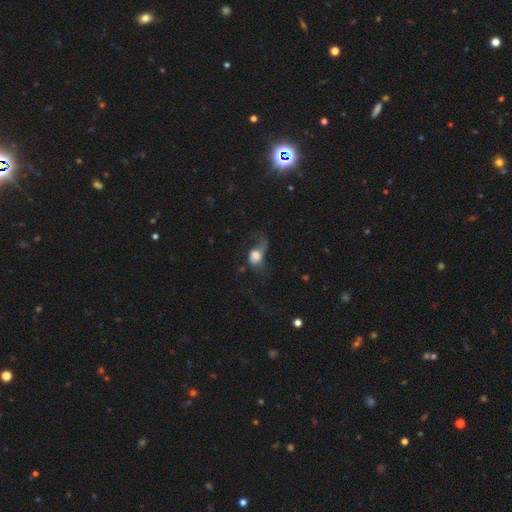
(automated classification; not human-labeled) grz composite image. It shows a smooth galaxy with no disk features (62%) that is in between round and cigar-shaped (56%). Merging: major disturbance (58%).